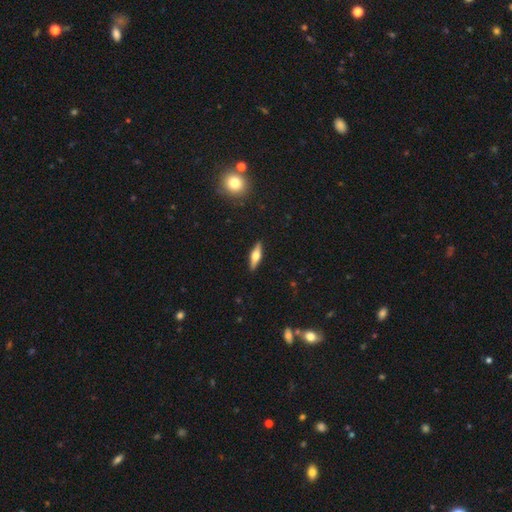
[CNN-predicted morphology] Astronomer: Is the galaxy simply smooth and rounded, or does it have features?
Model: featured or disk — 55% (runner-up: smooth, 38%).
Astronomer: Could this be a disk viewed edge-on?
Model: yes — 94%.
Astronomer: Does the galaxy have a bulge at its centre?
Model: rounded — 93%.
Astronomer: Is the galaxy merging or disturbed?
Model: none — 90%.